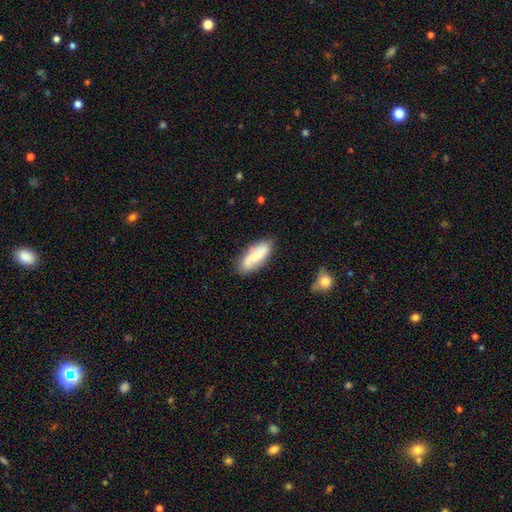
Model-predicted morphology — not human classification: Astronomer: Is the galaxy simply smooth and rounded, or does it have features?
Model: smooth — 61%.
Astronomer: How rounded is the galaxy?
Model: in between — 74%.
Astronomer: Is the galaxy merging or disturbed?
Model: none — 80%.